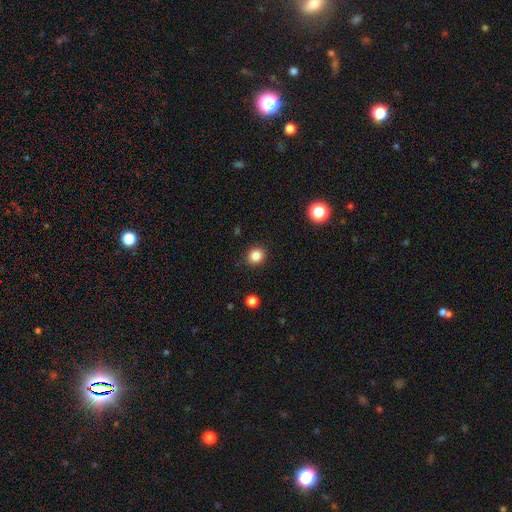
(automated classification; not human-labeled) Q: Smooth or featured?
A: smooth (85%); runner-up: star or artifact (11%)
Q: How rounded?
A: round (79%); runner-up: in between (20%)
Q: Merging?
A: none (88%); runner-up: minor disturbance (8%)